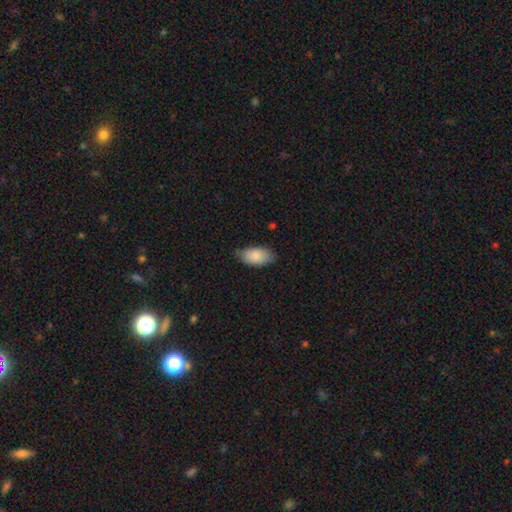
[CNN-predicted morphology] A smooth galaxy with no disk features (86%) that is in between round and cigar-shaped (95%). Merging: none (75%).